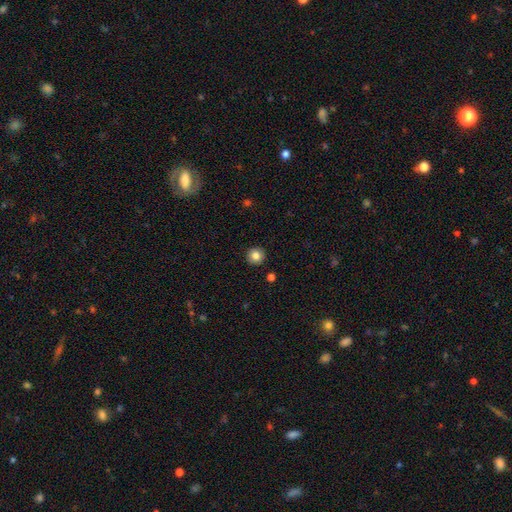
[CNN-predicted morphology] smooth-or-featured: smooth: 84% | star or artifact: 10% | featured or disk: 7%
  how-rounded: round: 95% | in between: 4% | cigar-shaped: 1%
  merging: none: 93% | minor disturbance: 5% | major disturbance: 1% | merger: 1%